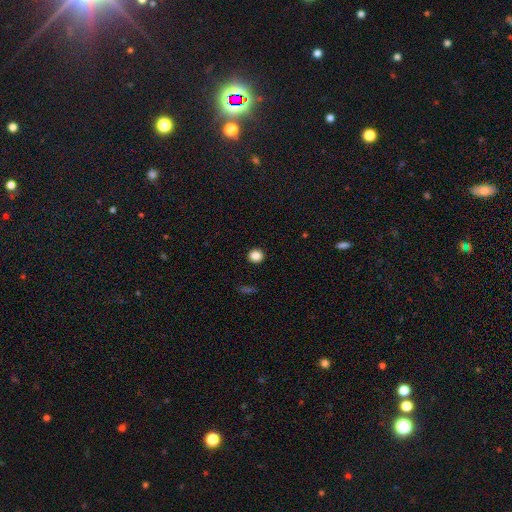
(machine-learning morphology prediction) Q: Smooth or featured?
A: smooth (86%); runner-up: star or artifact (10%)
Q: How rounded?
A: round (89%); runner-up: in between (10%)
Q: Merging?
A: none (93%); runner-up: minor disturbance (5%)